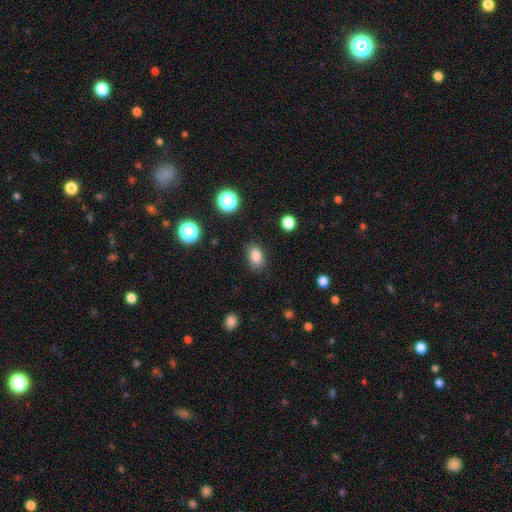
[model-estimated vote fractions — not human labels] Smooth or featured?
  - smooth: 85% *
  - star or artifact: 11%
  - featured or disk: 4%
How rounded?
  - in between: 83% *
  - round: 15%
  - cigar-shaped: 1%
Merging?
  - none: 84% *
  - minor disturbance: 11%
  - major disturbance: 4%
  - merger: 1%